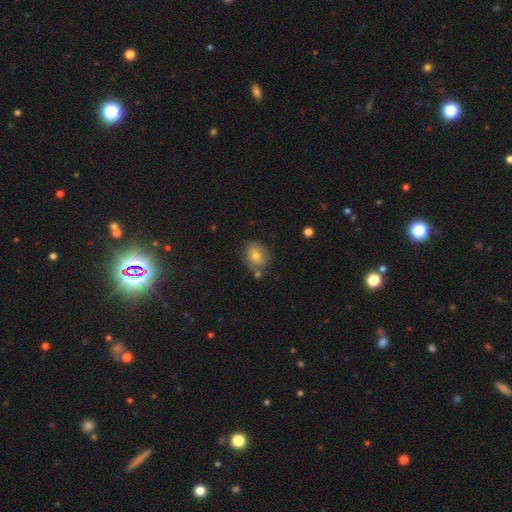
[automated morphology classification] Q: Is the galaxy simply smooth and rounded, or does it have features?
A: smooth — 72%.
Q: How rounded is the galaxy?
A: round — 54%.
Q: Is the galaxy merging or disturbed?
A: none — 71%.